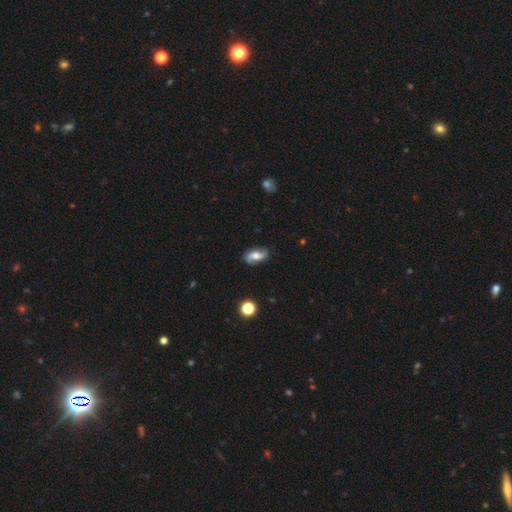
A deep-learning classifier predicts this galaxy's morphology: The model was most divided on "bar": no: 41%, weak: 36%, strong: 23%. More confident: edge-on disk — no (90%); spiral arms — yes (84%); merging — none (82%); bulge size — moderate (65%); smooth or featured — featured or disk (58%).